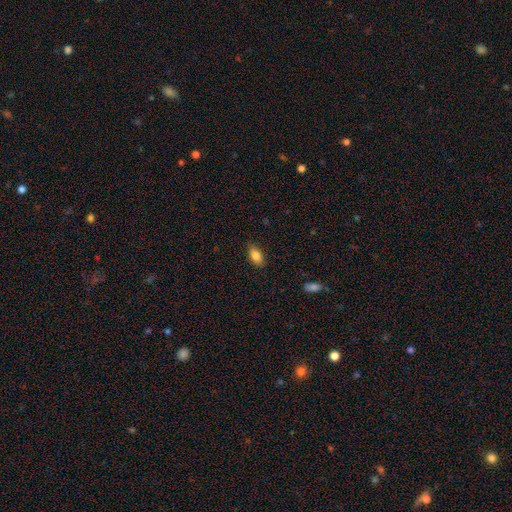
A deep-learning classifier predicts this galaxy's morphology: Smooth or featured: smooth — 84% (featured or disk — 8%)
How rounded: in between — 88% (round — 7%)
Merging: none — 82% (minor disturbance — 14%)